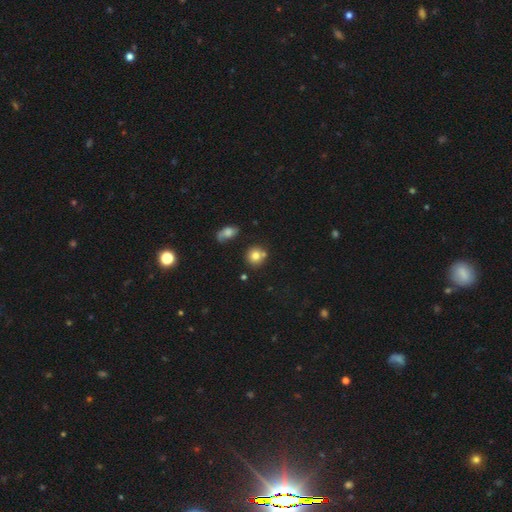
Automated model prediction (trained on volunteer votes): A smooth galaxy with no disk features (77%) that is round (86%).

Vote fractions:
- Smooth or featured? smooth: 77% / star or artifact: 12% / featured or disk: 11%
- How rounded? round: 86% / in between: 13% / cigar-shaped: 1%
- Merging? none: 67% / merger: 17% / minor disturbance: 12% / major disturbance: 4%